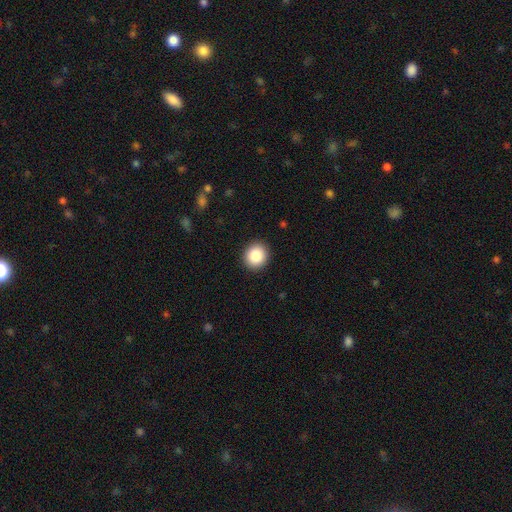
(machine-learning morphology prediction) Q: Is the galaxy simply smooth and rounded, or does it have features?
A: smooth — 87%.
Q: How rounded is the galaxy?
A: round — 84%.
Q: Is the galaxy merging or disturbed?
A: none — 92%.